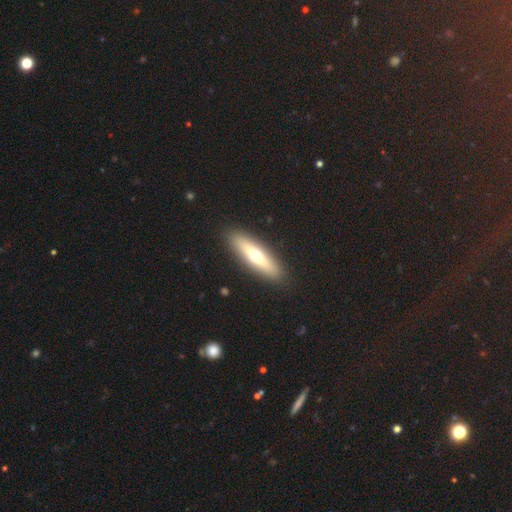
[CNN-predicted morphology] A smooth galaxy with no disk features (53%) that is cigar-shaped (67%). Merging: none (90%).